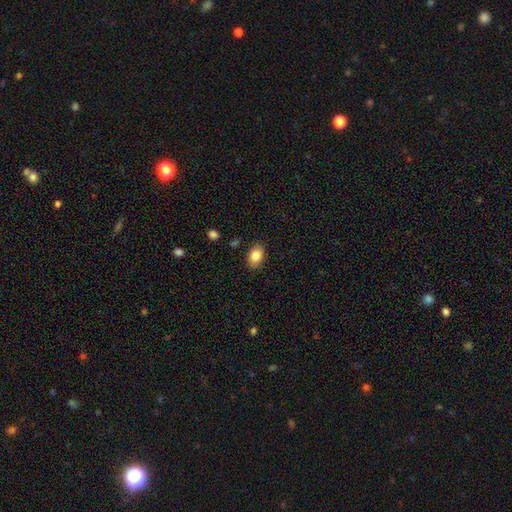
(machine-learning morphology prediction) Smooth or featured? smooth (84%)
How rounded? in between (85%)
Merging? none (87%)